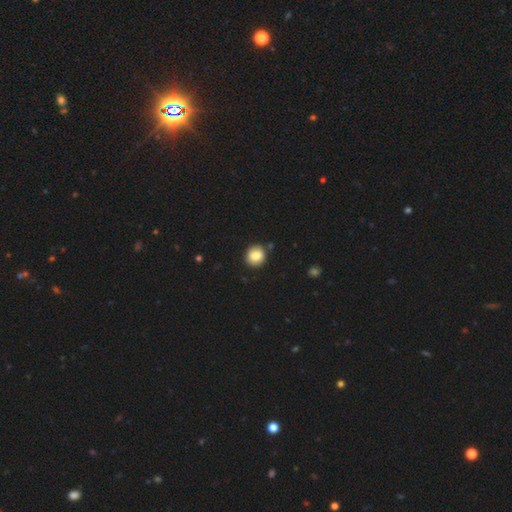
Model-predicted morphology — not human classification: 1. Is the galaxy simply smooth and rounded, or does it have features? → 85% smooth, 9% star or artifact, 7% featured or disk.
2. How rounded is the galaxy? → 85% round, 14% in between, 1% cigar-shaped.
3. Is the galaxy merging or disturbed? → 86% none, 9% minor disturbance, 3% merger, 2% major disturbance.